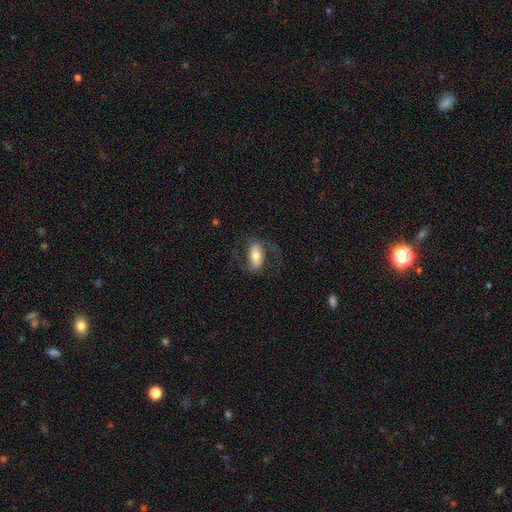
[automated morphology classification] Smooth or featured?
  - featured or disk: 50% *
  - smooth: 42%
  - star or artifact: 7%
Edge-on disk?
  - no: 90% *
  - yes: 10%
Merging?
  - none: 67% *
  - minor disturbance: 16%
  - major disturbance: 16%
  - merger: 1%